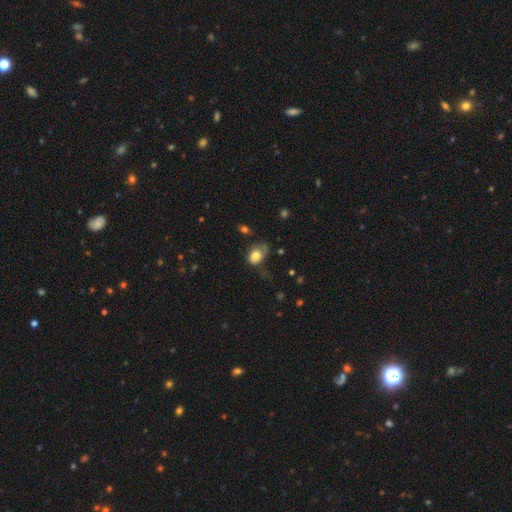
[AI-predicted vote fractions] Smooth or featured: smooth — 70% (featured or disk — 22%)
How rounded: in between — 69% (round — 30%)
Merging: none — 36% (minor disturbance — 33%)